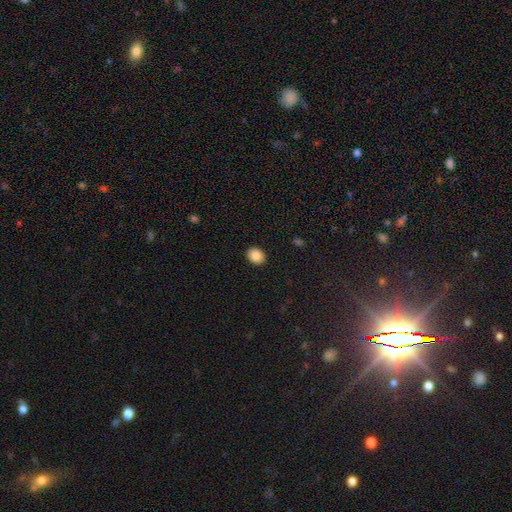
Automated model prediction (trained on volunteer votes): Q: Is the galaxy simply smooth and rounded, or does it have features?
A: smooth — 87%.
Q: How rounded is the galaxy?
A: round — 50%, tied with in between.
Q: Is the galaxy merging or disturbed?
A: none — 91%.